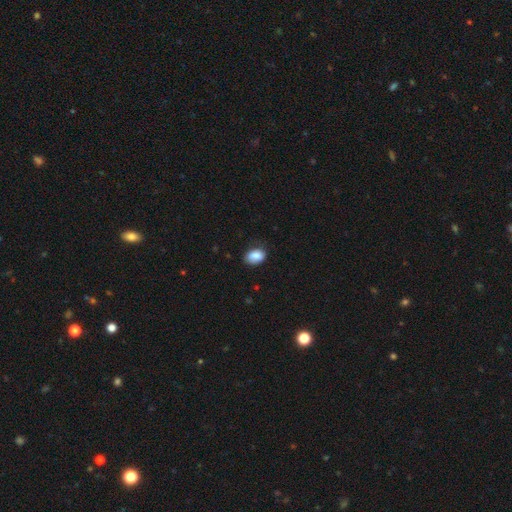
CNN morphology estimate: A smooth galaxy with no disk features (84%) that is in between round and cigar-shaped (81%). Merging: none (68%).